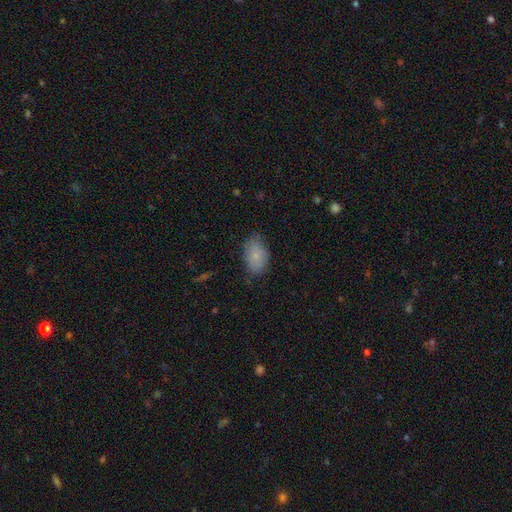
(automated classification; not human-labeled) Smooth or featured: smooth — 83% (featured or disk — 10%)
How rounded: in between — 90% (round — 8%)
Merging: none — 75% (minor disturbance — 20%)